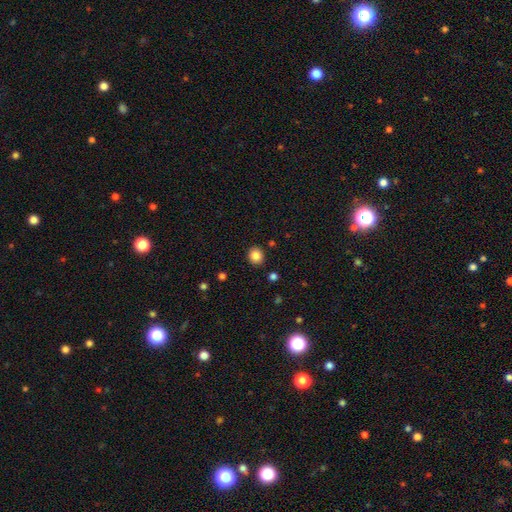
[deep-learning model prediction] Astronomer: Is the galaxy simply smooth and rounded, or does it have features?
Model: smooth — 86%.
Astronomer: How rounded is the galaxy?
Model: round — 78%.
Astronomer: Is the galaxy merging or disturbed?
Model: none — 89%.